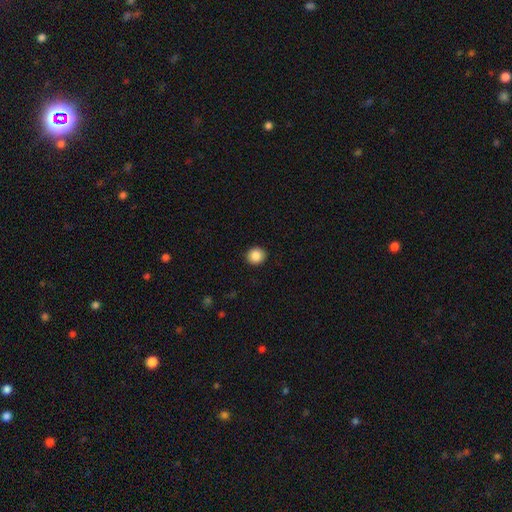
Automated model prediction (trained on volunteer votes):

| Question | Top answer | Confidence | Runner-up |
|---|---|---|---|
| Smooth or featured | smooth | 87% | star or artifact (9%) |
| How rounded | round | 88% | in between (11%) |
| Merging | none | 92% | minor disturbance (5%) |